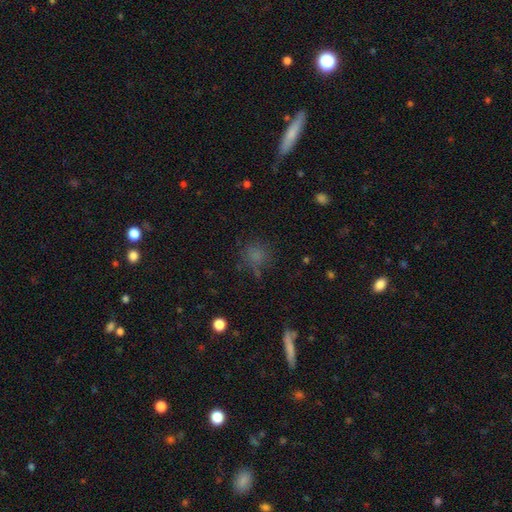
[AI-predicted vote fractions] smooth_or_featured: smooth (p=0.71) [alt: star or artifact p=0.21]
how_rounded: round (p=0.82) [alt: in between p=0.16]
merging: none (p=0.68) [alt: minor disturbance p=0.18]